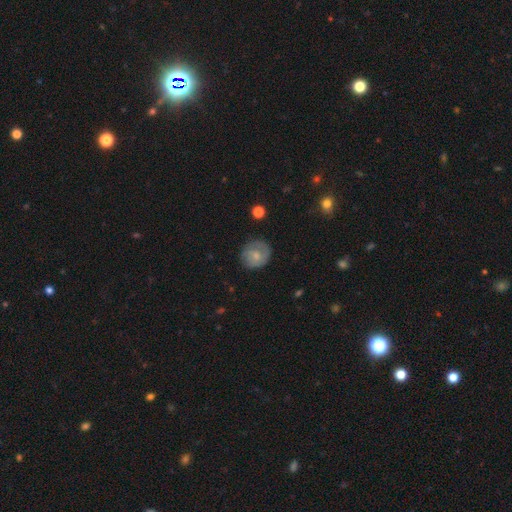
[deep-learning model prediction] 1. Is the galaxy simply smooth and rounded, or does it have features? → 56% smooth, 37% featured or disk, 7% star or artifact.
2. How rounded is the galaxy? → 80% round, 19% in between, 1% cigar-shaped.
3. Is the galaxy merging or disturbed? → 72% none, 20% minor disturbance, 7% major disturbance, 1% merger.